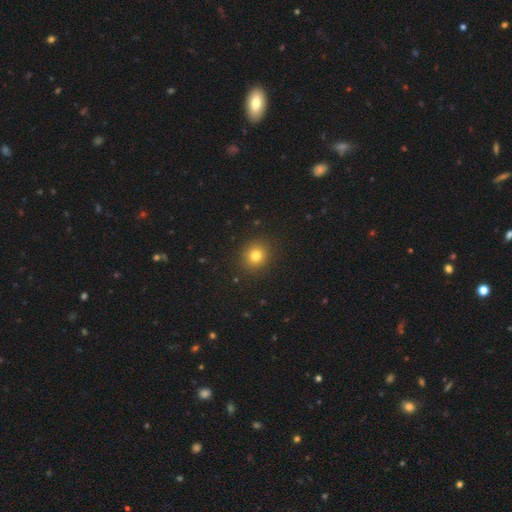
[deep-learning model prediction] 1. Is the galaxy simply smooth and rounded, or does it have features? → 79% smooth, 14% star or artifact, 7% featured or disk.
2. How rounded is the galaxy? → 85% round, 14% in between, 1% cigar-shaped.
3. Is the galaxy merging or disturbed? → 90% none, 6% minor disturbance, 2% major disturbance, 1% merger.